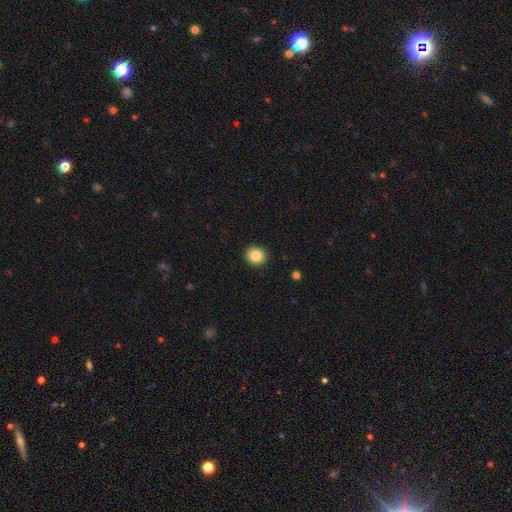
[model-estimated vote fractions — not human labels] Q: Smooth or featured?
A: smooth (84%); runner-up: star or artifact (9%)
Q: How rounded?
A: round (84%); runner-up: in between (15%)
Q: Merging?
A: none (92%); runner-up: minor disturbance (5%)